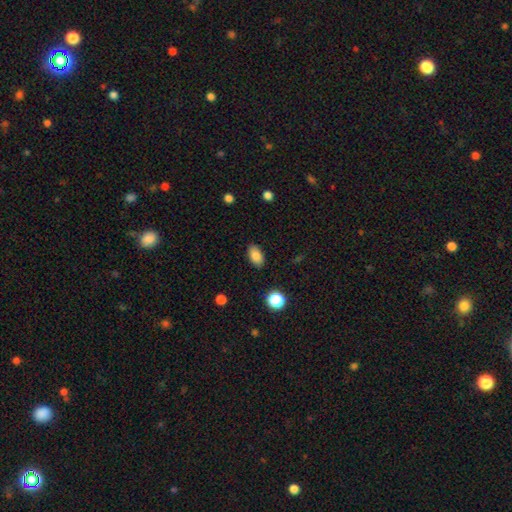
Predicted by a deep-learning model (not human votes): Q: Smooth or featured?
A: smooth (84%); runner-up: star or artifact (9%)
Q: How rounded?
A: in between (91%); runner-up: round (7%)
Q: Merging?
A: none (87%); runner-up: minor disturbance (9%)